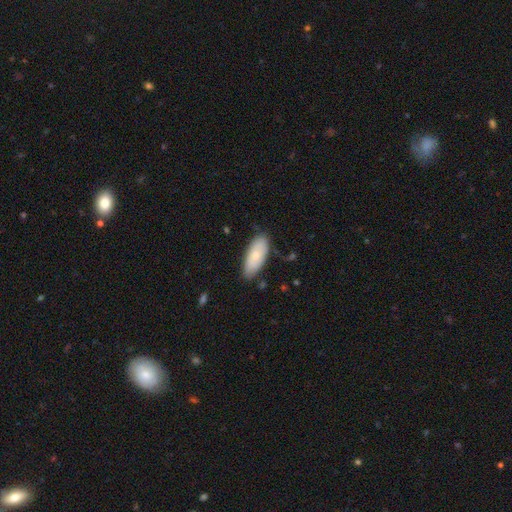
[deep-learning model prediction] smooth_or_featured: smooth (p=0.74) [alt: featured or disk p=0.20]
how_rounded: in between (p=0.86) [alt: cigar-shaped p=0.12]
merging: none (p=0.79) [alt: minor disturbance p=0.17]